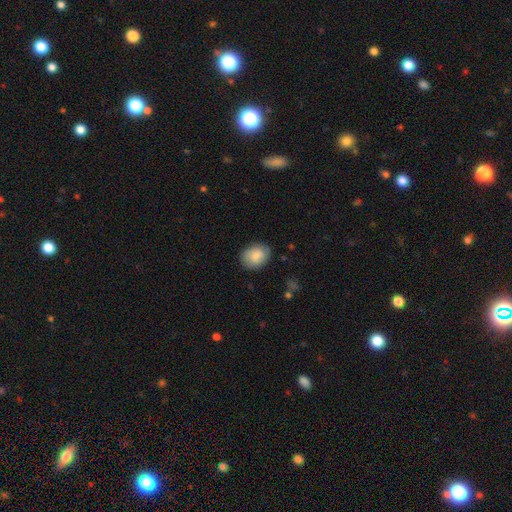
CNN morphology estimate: smooth_or_featured: smooth (p=0.85) [alt: featured or disk p=0.08]
how_rounded: in between (p=0.62) [alt: round p=0.37]
merging: none (p=0.82) [alt: minor disturbance p=0.14]